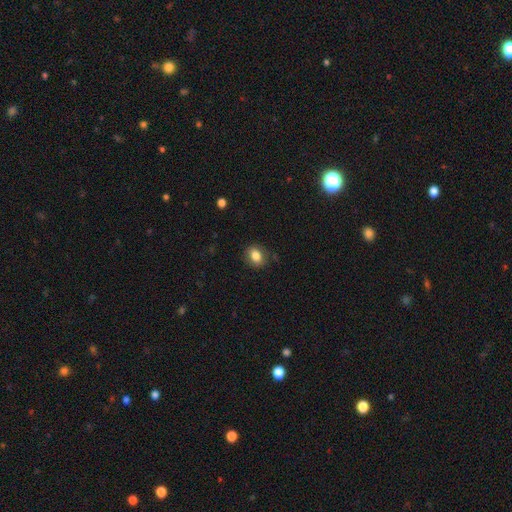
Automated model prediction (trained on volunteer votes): Morphology: type=smooth (84%); roundness=in between (61%); merging=none (84%).